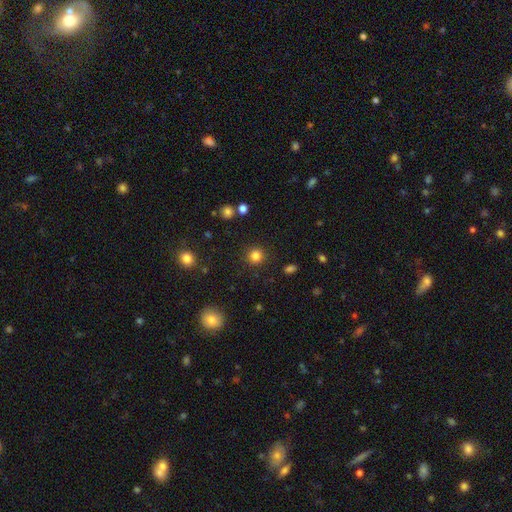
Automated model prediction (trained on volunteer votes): Q: Smooth or featured?
A: smooth (83%); runner-up: star or artifact (12%)
Q: How rounded?
A: round (94%); runner-up: in between (5%)
Q: Merging?
A: none (90%); runner-up: minor disturbance (6%)